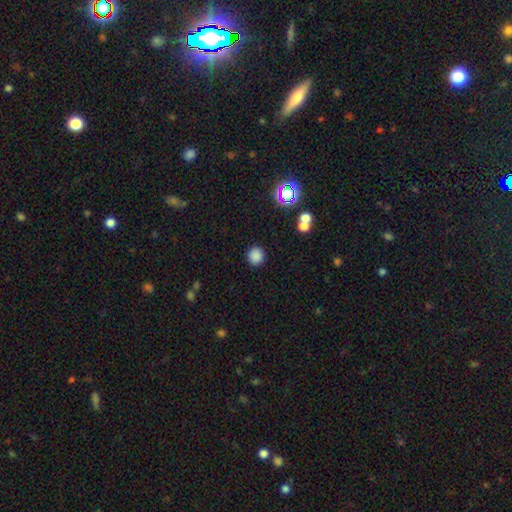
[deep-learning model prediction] A smooth galaxy with no disk features (83%) that is round (91%). Merging: none (89%).